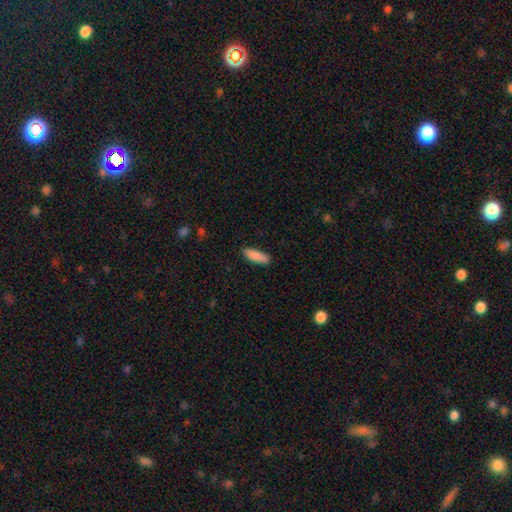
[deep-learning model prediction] Q: Smooth or featured?
A: smooth (89%); runner-up: star or artifact (6%)
Q: How rounded?
A: in between (54%); runner-up: cigar-shaped (45%)
Q: Merging?
A: none (87%); runner-up: minor disturbance (10%)